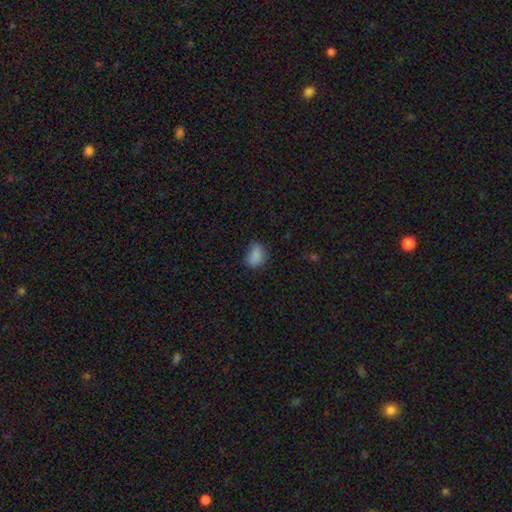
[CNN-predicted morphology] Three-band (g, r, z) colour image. It shows a smooth galaxy with no disk features (83%) that is in between round and cigar-shaped (81%). Merging: none (57%).